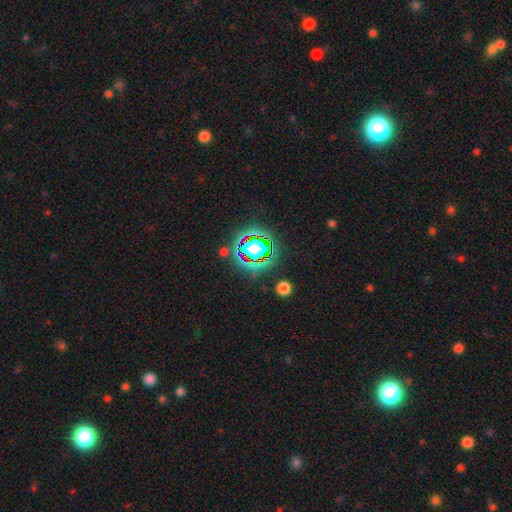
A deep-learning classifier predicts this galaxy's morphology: Smooth or featured? Predicted: star or artifact (p=0.78).